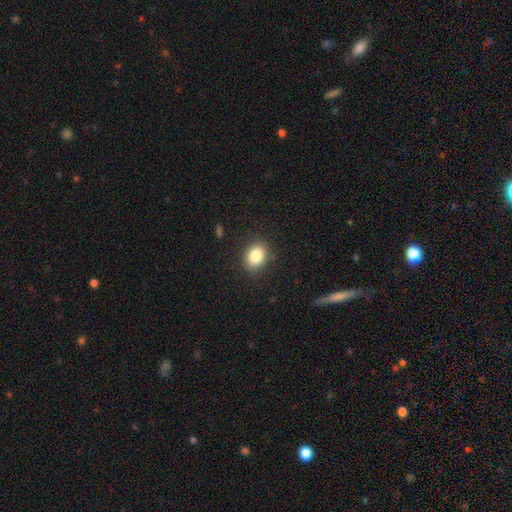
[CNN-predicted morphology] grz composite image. It shows a smooth galaxy with no disk features (83%) that is in between round and cigar-shaped (63%). Merging: none (88%).